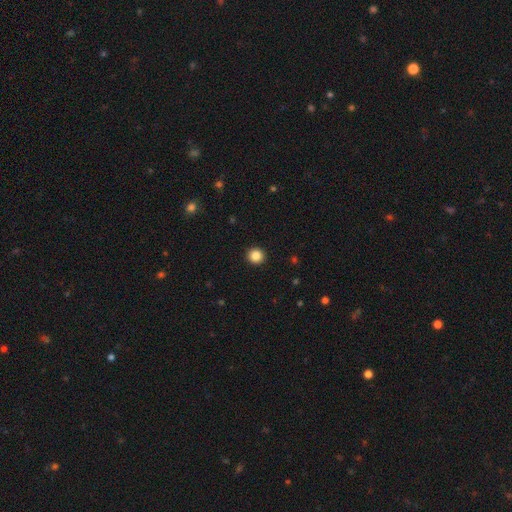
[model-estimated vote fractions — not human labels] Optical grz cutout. It shows a smooth galaxy with no disk features (86%) that is round (94%). Merging: none (93%).